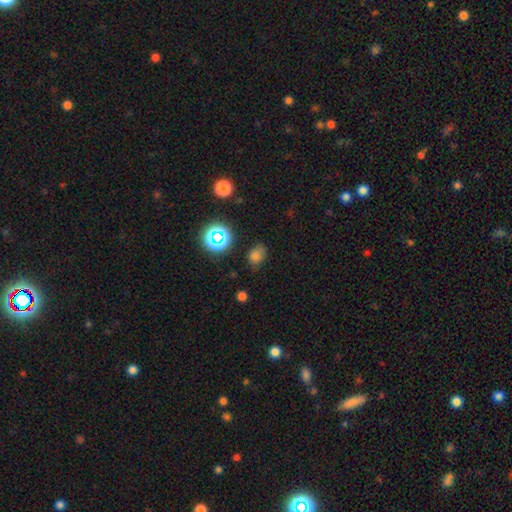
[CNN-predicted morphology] This appears to be a smooth galaxy with no disk features (69%) that is in between round and cigar-shaped (59%). Merging: none (67%).